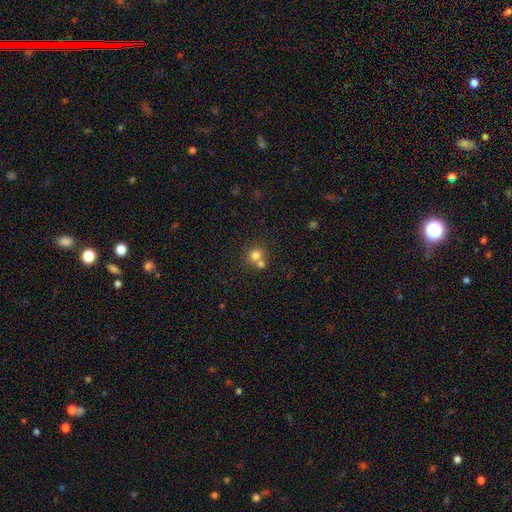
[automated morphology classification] smooth_or_featured: smooth (p=0.76) [alt: star or artifact p=0.13]
how_rounded: round (p=0.85) [alt: in between p=0.14]
merging: none (p=0.47) [alt: merger p=0.44]